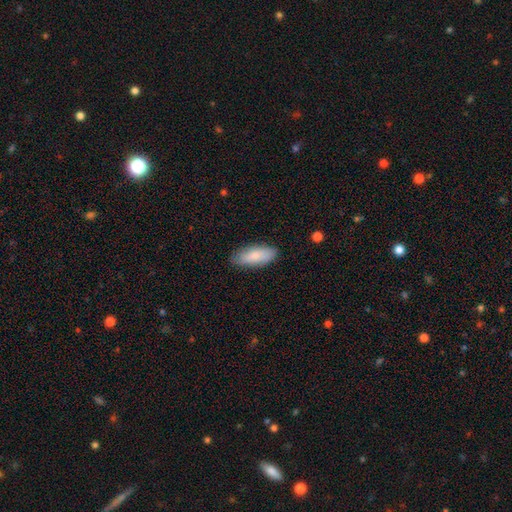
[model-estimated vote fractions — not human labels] Smooth or featured?
  - smooth: 81% *
  - featured or disk: 14%
  - star or artifact: 6%
How rounded?
  - in between: 78% *
  - cigar-shaped: 20%
  - round: 2%
Merging?
  - none: 84% *
  - minor disturbance: 12%
  - major disturbance: 2%
  - merger: 1%